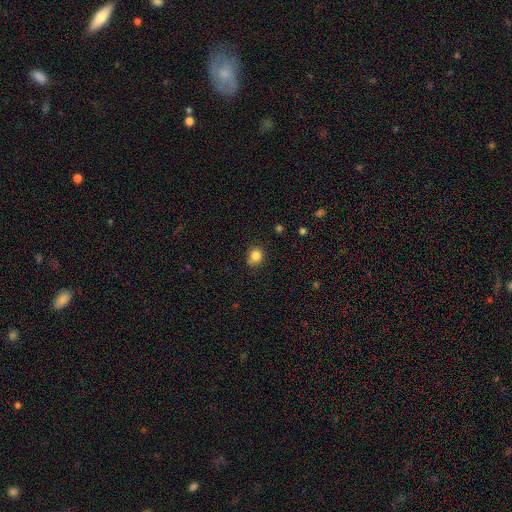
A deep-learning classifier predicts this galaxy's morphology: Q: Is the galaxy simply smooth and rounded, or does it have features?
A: smooth — 83%.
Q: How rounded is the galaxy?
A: round — 76%.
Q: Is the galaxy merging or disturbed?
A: none — 74%.